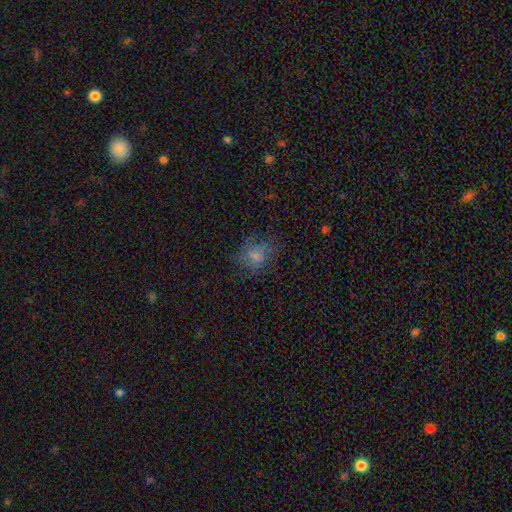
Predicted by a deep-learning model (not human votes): Smooth or featured: smooth — 60% (featured or disk — 23%)
How rounded: round — 58% (in between — 40%)
Merging: none — 61% (minor disturbance — 22%)